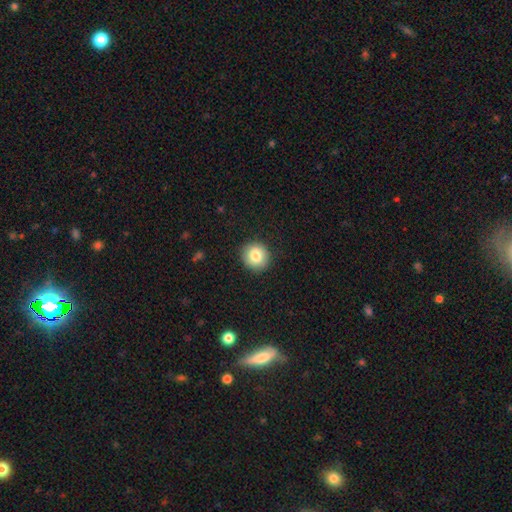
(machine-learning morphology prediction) Smooth or featured: smooth — 82% (featured or disk — 9%)
How rounded: round — 88% (in between — 11%)
Merging: none — 90% (minor disturbance — 7%)